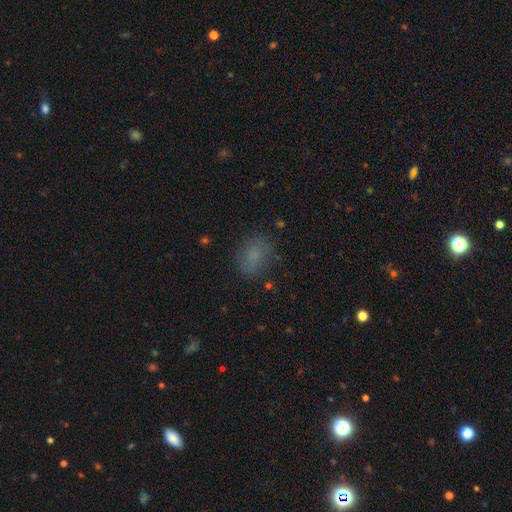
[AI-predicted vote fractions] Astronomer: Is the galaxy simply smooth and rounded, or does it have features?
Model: smooth — 72%.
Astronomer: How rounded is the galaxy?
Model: in between — 67%.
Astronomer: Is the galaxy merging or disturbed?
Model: none — 74%.